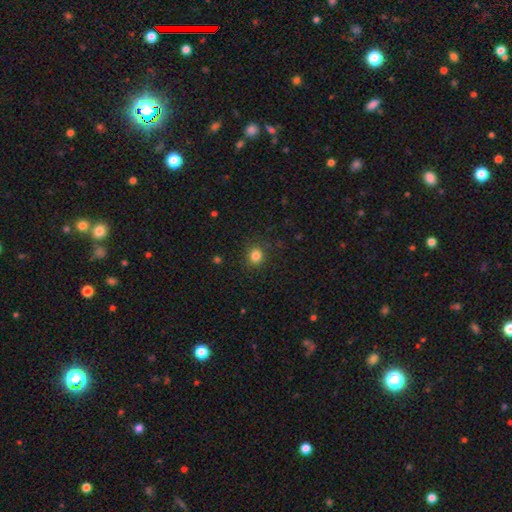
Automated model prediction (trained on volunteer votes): Morphology: type=smooth (83%); roundness=round (83%); merging=none (87%).